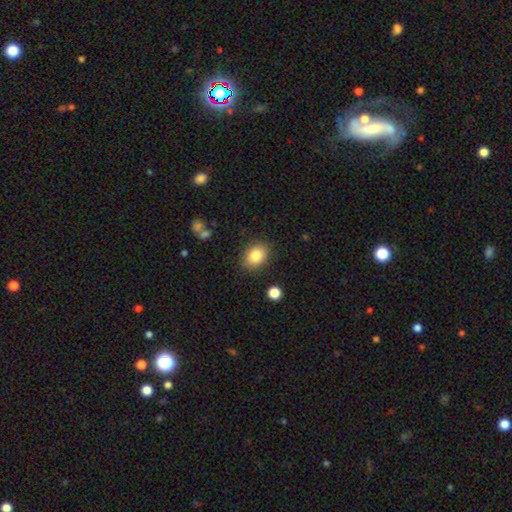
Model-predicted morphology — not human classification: smooth_or_featured: smooth (p=0.84) [alt: star or artifact p=0.09]
how_rounded: in between (p=0.64) [alt: round p=0.35]
merging: none (p=0.85) [alt: minor disturbance p=0.11]